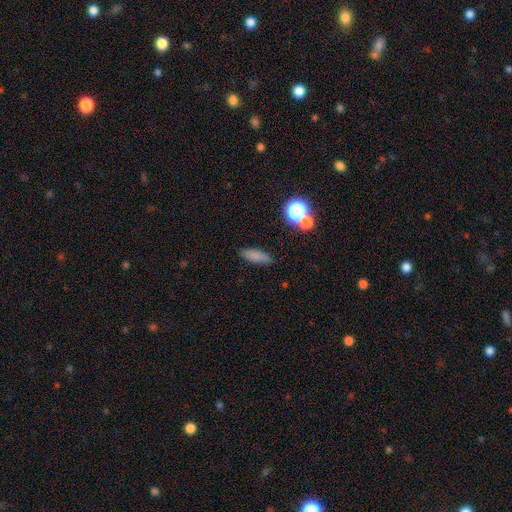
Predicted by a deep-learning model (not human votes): Q: Smooth or featured?
A: smooth (76%); runner-up: star or artifact (13%)
Q: How rounded?
A: in between (50%); runner-up: cigar-shaped (43%)
Q: Merging?
A: none (80%); runner-up: minor disturbance (12%)